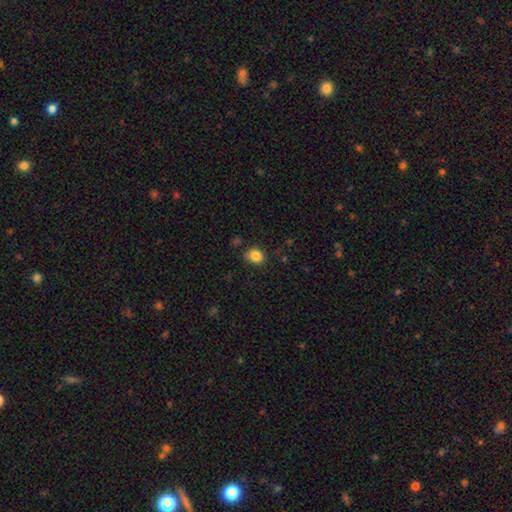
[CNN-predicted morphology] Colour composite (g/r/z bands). It shows a smooth galaxy with no disk features (85%) that is round (56%). Merging: none (74%).